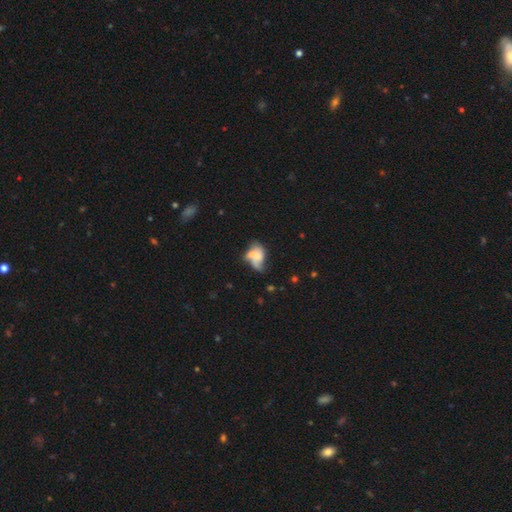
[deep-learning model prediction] Smooth or featured?
  - featured or disk: 47% *
  - smooth: 43%
  - star or artifact: 10%
Merging?
  - none: 27% * (tied)
  - merger: 27% * (tied)
  - major disturbance: 24%
  - minor disturbance: 21%